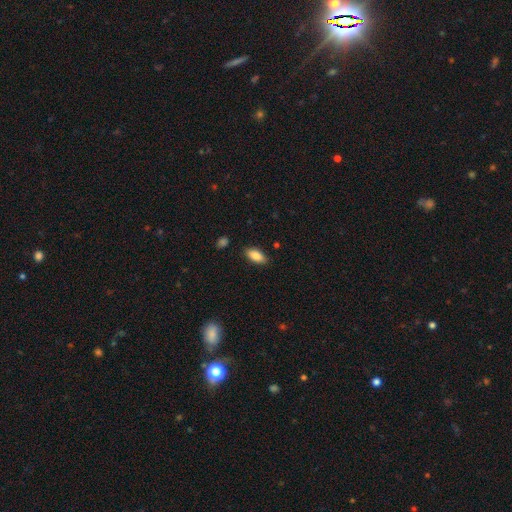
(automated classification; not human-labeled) Smooth or featured: smooth — 88% (star or artifact — 7%)
How rounded: in between — 91% (cigar-shaped — 7%)
Merging: none — 86% (minor disturbance — 11%)